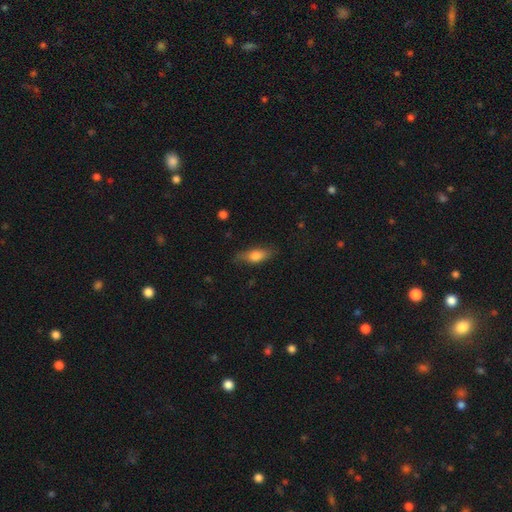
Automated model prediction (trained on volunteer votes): A smooth galaxy with no disk features (72%) that is in between round and cigar-shaped (68%). Merging: none (76%).